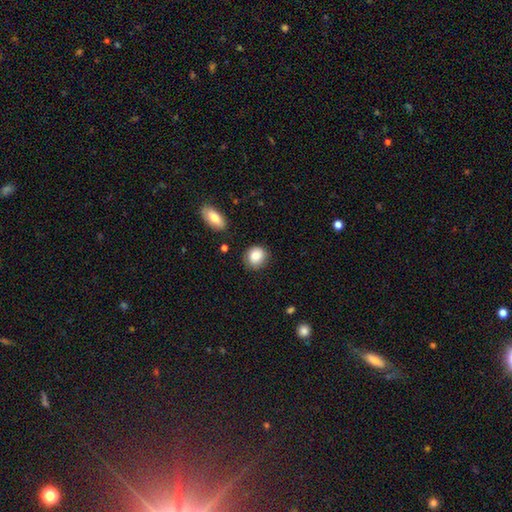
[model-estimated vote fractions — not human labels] Smooth or featured?
  - smooth: 86% *
  - star or artifact: 7%
  - featured or disk: 6%
How rounded?
  - round: 77% *
  - in between: 22%
  - cigar-shaped: 1%
Merging?
  - none: 82% *
  - minor disturbance: 13%
  - major disturbance: 3%
  - merger: 3%